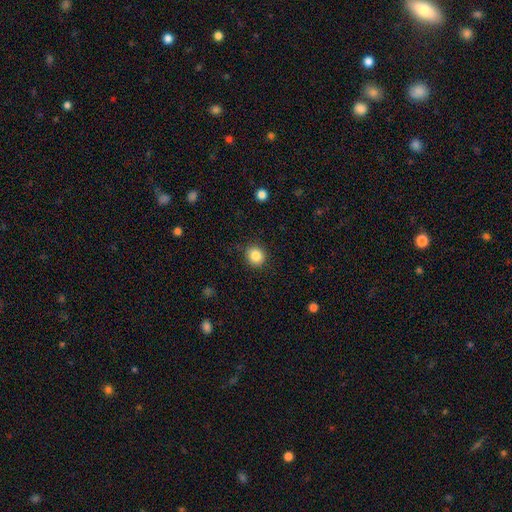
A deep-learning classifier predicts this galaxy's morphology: A smooth galaxy with no disk features (86%) that is round (85%).

Vote fractions:
- Smooth or featured? smooth: 86% / star or artifact: 10% / featured or disk: 4%
- How rounded? round: 85% / in between: 14% / cigar-shaped: 1%
- Merging? none: 88% / minor disturbance: 8% / major disturbance: 3% / merger: 1%